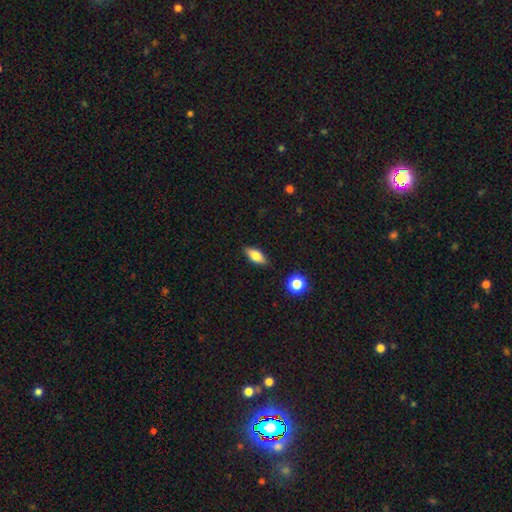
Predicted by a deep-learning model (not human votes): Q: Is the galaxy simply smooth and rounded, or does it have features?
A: smooth — 77%.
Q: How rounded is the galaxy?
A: in between — 81%.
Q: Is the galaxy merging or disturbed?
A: none — 86%.